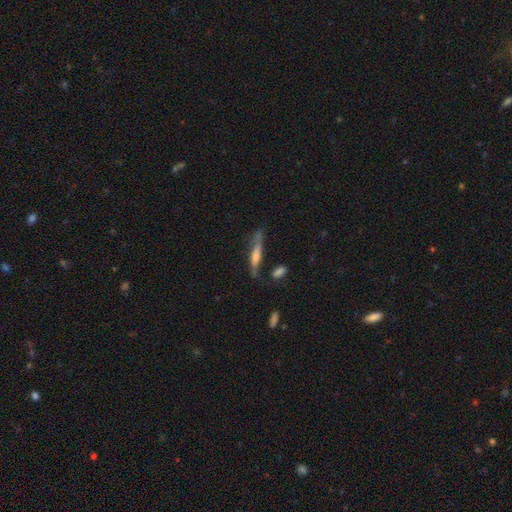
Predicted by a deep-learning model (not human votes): Overall: featured or disk (51%; smooth 41%). Edge-on disk: yes (84%). Merging: none (61%; minor disturbance 22%).